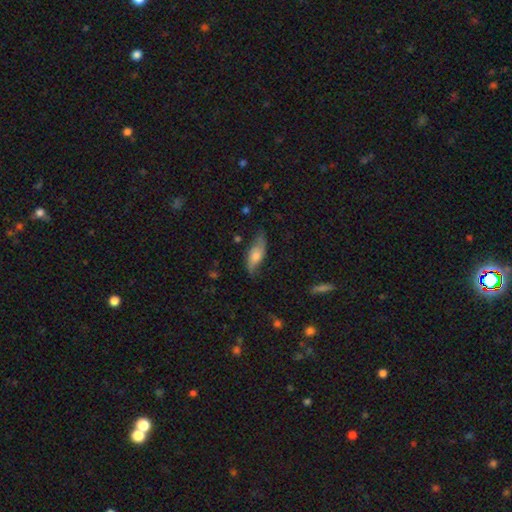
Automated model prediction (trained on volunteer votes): A smooth galaxy with no disk features (54%) that is in between round and cigar-shaped (66%). Merging: none (66%).